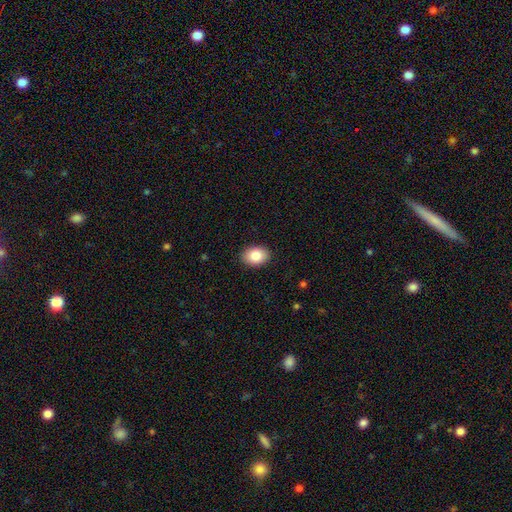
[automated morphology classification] This is clearly a smooth galaxy (84%). How rounded: likely in between (78%). Merging: clearly none (90%).